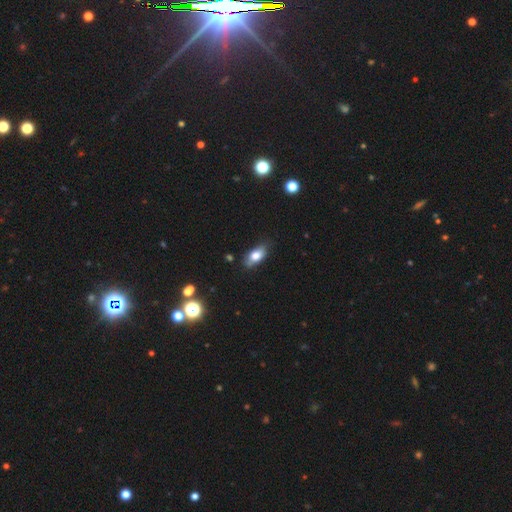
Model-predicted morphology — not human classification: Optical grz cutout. It shows a smooth galaxy with no disk features (76%) that is in between round and cigar-shaped (86%). Merging: none (76%).